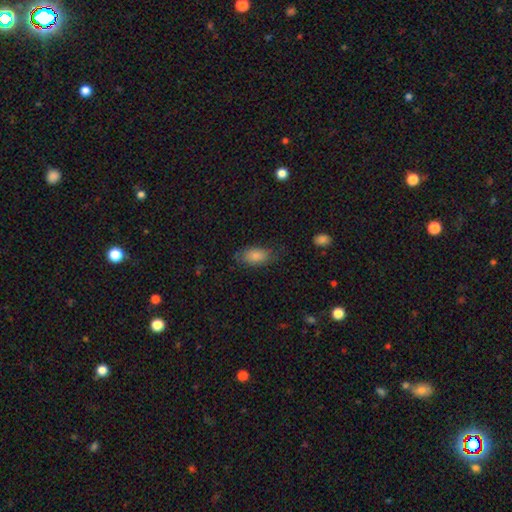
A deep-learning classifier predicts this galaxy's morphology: A smooth galaxy with no disk features (83%) that is in between round and cigar-shaped (91%). Merging: none (70%).